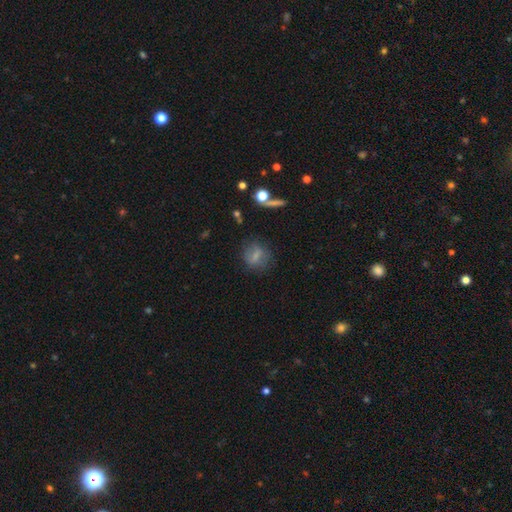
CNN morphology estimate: Smooth or featured? smooth (66%)
How rounded? round (67%)
Merging? none (73%)